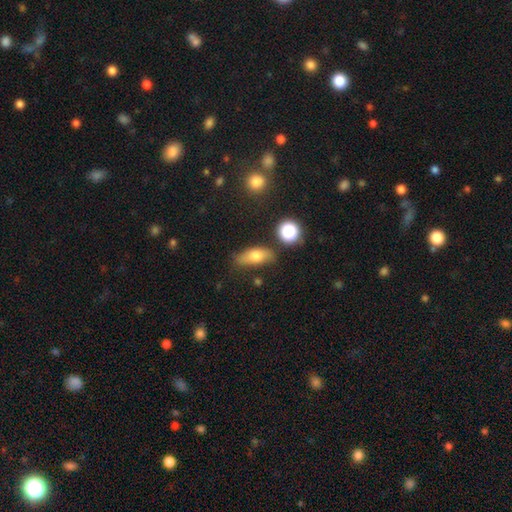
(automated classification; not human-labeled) This appears to be a smooth galaxy with no disk features (71%) that is in between round and cigar-shaped (73%). Merging: none (68%).